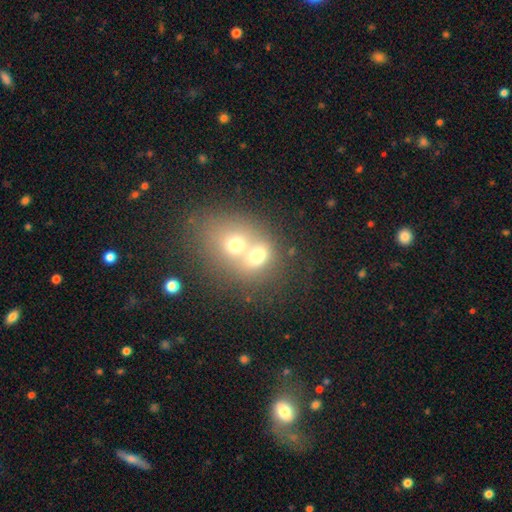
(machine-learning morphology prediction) Q: Smooth or featured?
A: smooth (62%); runner-up: featured or disk (26%)
Q: How rounded?
A: round (56%); runner-up: in between (43%)
Q: Merging?
A: merger (74%); runner-up: none (18%)